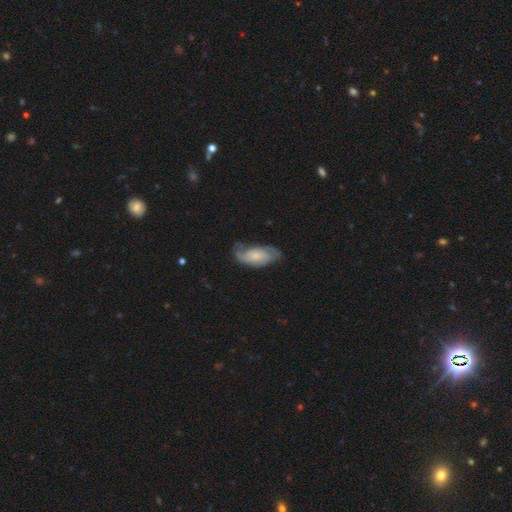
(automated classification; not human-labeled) This is likely a featured or disk galaxy (64%). It is clearly not viewed edge-on (92%). Bar: likely no (65%). Spiral arm pattern: clearly yes (90%). Spiral arm count: likely 2 (71%). Spiral winding: marginally medium (42%). Central bulge: possibly small (48%). Merging: likely none (63%).